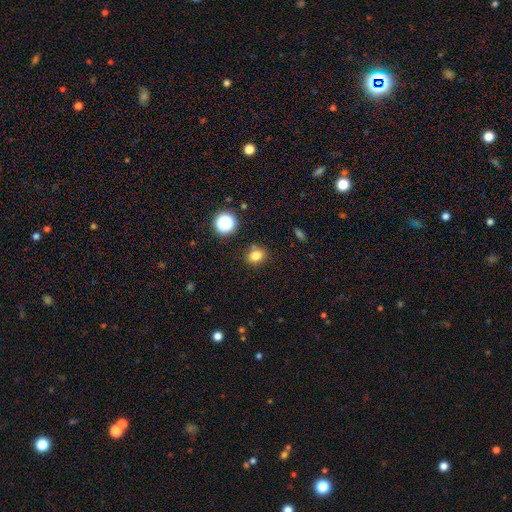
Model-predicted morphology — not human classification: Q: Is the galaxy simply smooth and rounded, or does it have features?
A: smooth — 78%.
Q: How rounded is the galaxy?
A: round — 52%.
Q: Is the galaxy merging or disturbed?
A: none — 78%.